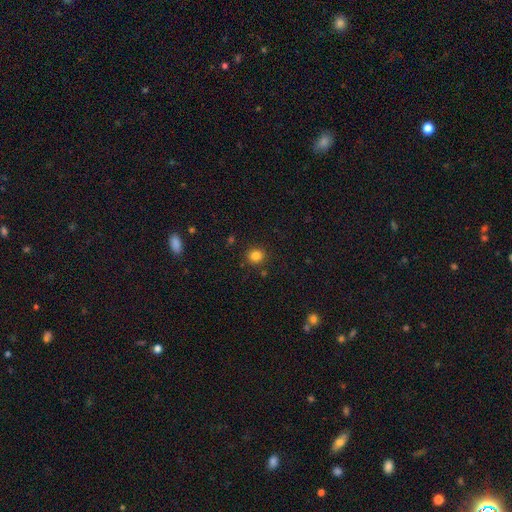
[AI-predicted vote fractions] Overall: smooth (83%). How rounded: round (86%). Merging: none (89%).